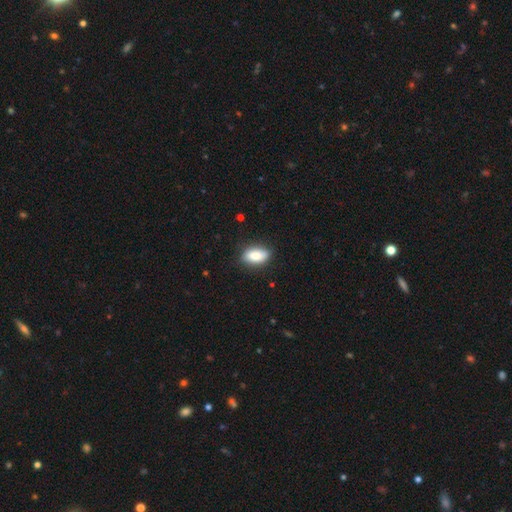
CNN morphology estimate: The model was most divided on "merging": none: 82%, minor disturbance: 14%, major disturbance: 3%, merger: 1%. More confident: how rounded — in between (90%); smooth or featured — smooth (85%).